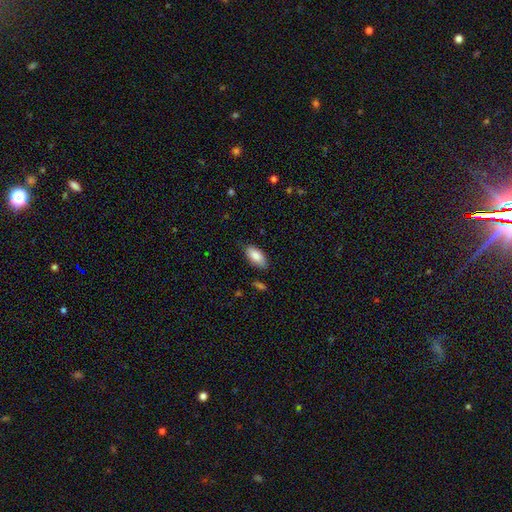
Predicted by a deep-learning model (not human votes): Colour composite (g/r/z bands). It shows a smooth galaxy with no disk features (85%) that is in between round and cigar-shaped (91%). Merging: none (80%).